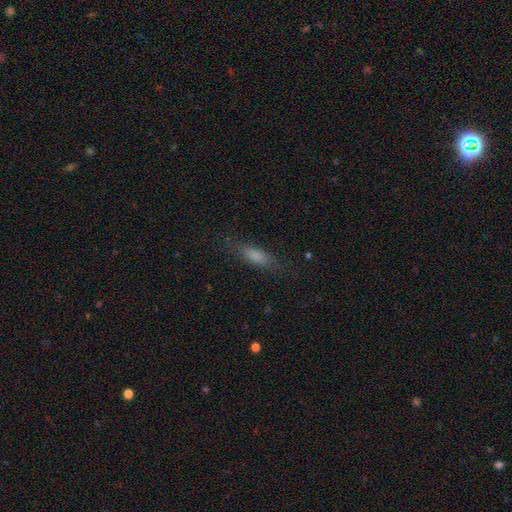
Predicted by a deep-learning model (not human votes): smooth 77%, featured or disk 14%, star or artifact 9%. Down the decision tree: how rounded — cigar-shaped (52%); merging — none (80%).